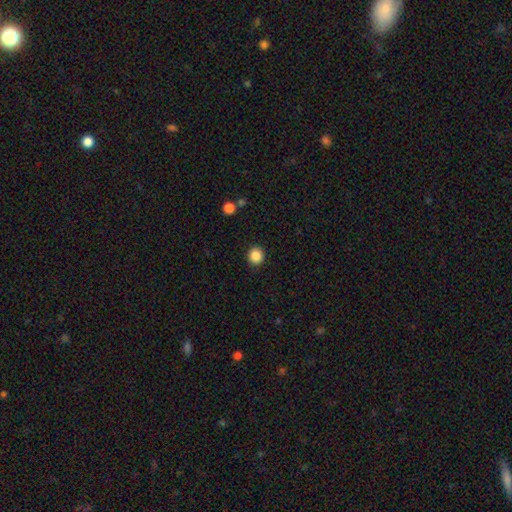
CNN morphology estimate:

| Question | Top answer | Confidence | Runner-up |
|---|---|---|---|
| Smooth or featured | smooth | 87% | star or artifact (10%) |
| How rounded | round | 89% | in between (10%) |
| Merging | none | 92% | minor disturbance (5%) |